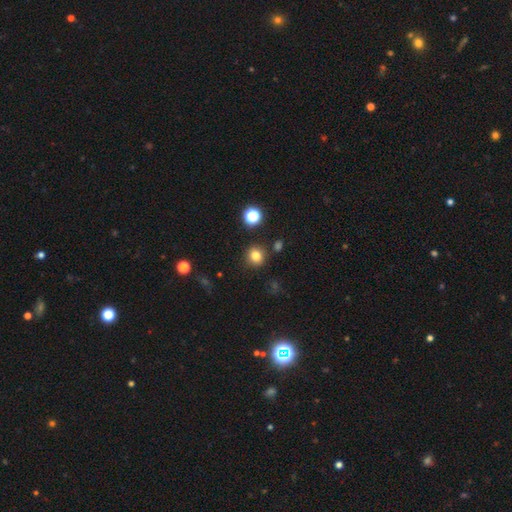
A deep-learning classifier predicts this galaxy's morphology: smooth-or-featured: smooth: 80% | star or artifact: 14% | featured or disk: 6%
  how-rounded: round: 84% | in between: 15% | cigar-shaped: 1%
  merging: none: 86% | minor disturbance: 8% | merger: 3% | major disturbance: 3%